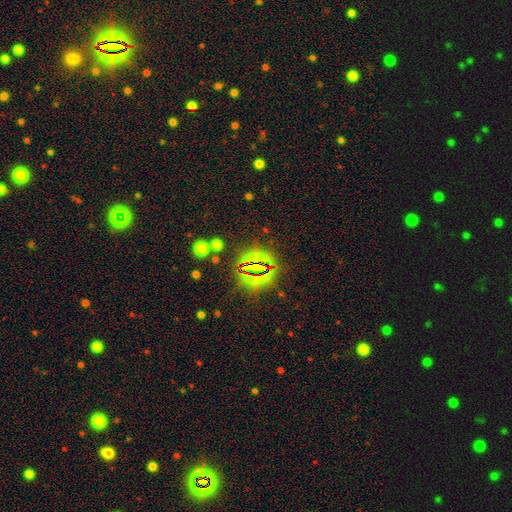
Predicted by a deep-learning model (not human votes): Smooth or featured?
  - star or artifact: 82% *
  - smooth: 11%
  - featured or disk: 8%